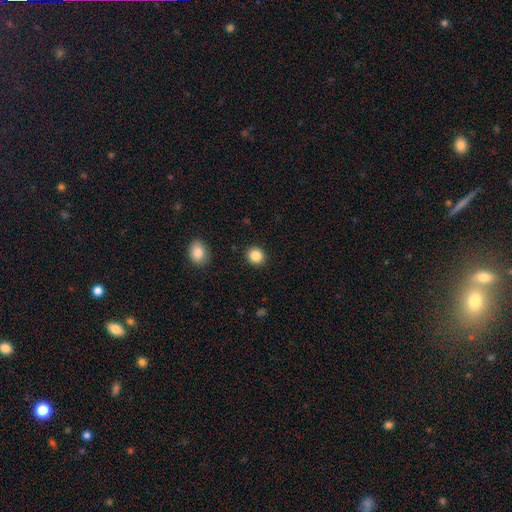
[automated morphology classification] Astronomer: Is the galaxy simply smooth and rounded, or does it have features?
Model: smooth — 87%.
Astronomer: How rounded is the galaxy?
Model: round — 83%.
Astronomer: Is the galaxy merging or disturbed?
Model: none — 90%.